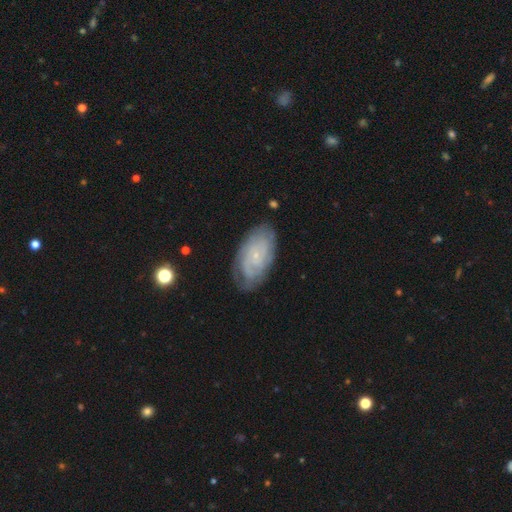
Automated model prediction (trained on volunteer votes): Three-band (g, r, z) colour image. It shows a featured or disk galaxy (70%) with no bar (78%), tight (72%) spiral arms (87%) and a small central bulge (85%). Merging: none (73%).